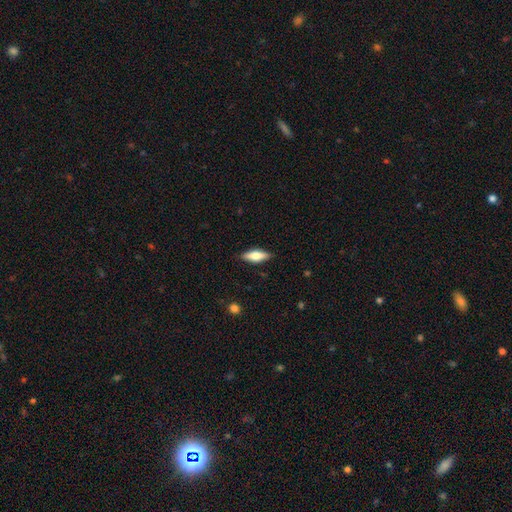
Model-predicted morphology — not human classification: Smooth or featured? Predicted: smooth (p=0.62). How rounded? Predicted: in between (p=0.57). Merging? Predicted: none (p=0.87).